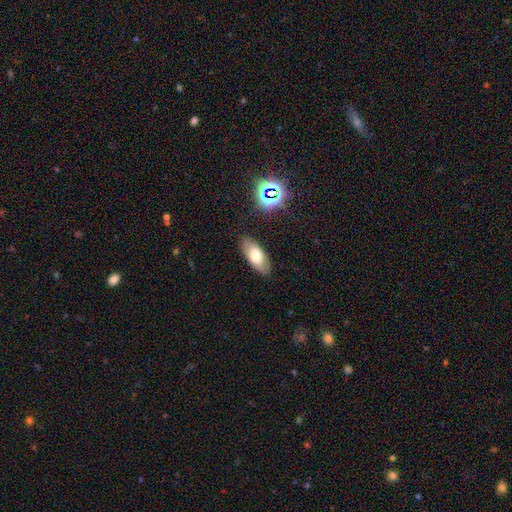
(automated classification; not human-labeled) This appears to be a smooth galaxy with no disk features (66%) that is in between round and cigar-shaped (87%). Merging: none (84%).